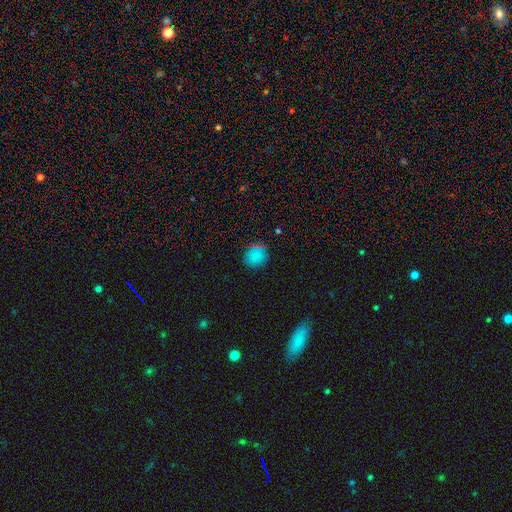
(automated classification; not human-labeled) smooth 79%, star or artifact 16%, featured or disk 6%. Down the decision tree: how rounded — round (81%); merging — none (82%).